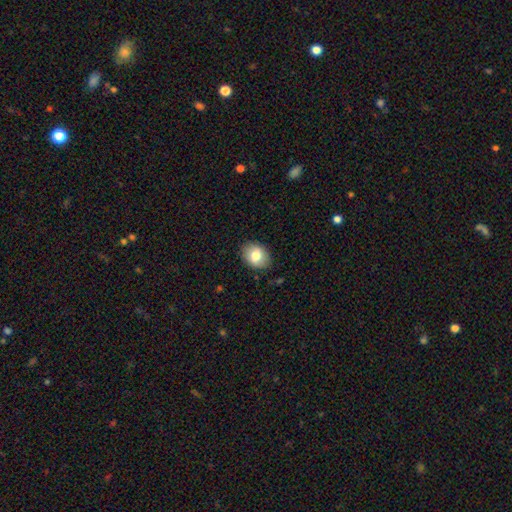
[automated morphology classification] The model was most divided on "how rounded": in between: 61%, round: 38%, cigar-shaped: 1%. More confident: merging — none (86%); smooth or featured — smooth (78%).